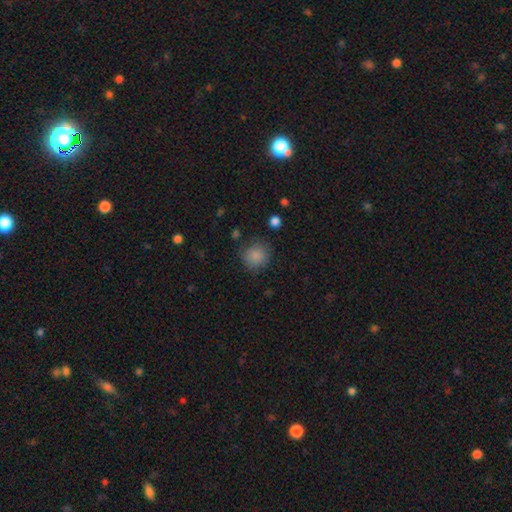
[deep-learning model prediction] A smooth galaxy with no disk features (85%) that is round (88%).

Vote fractions:
- Smooth or featured? smooth: 85% / star or artifact: 11% / featured or disk: 4%
- How rounded? round: 88% / in between: 11% / cigar-shaped: 1%
- Merging? none: 82% / minor disturbance: 12% / major disturbance: 4% / merger: 2%